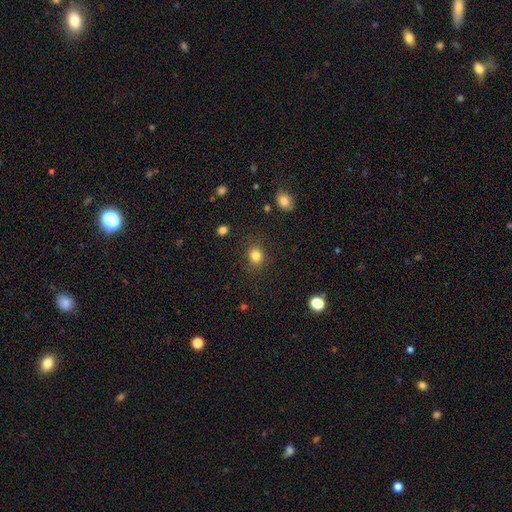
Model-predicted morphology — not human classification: The model was most divided on "how rounded": round: 66%, in between: 33%, cigar-shaped: 1%. More confident: merging — none (85%); smooth or featured — smooth (83%).